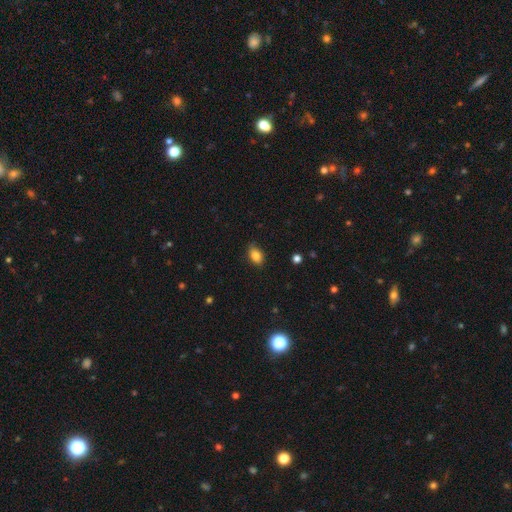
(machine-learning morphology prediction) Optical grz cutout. It shows a smooth galaxy with no disk features (85%) that is in between round and cigar-shaped (84%). Merging: none (80%).